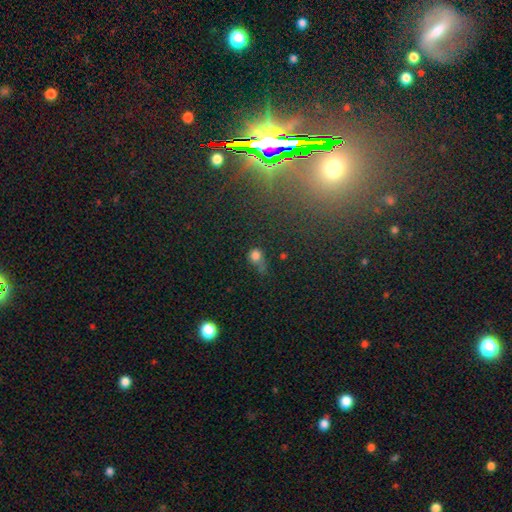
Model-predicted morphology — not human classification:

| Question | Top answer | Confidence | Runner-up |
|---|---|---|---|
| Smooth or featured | smooth | 72% | star or artifact (17%) |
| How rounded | round | 74% | in between (23%) |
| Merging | none | 40% | minor disturbance (26%) |